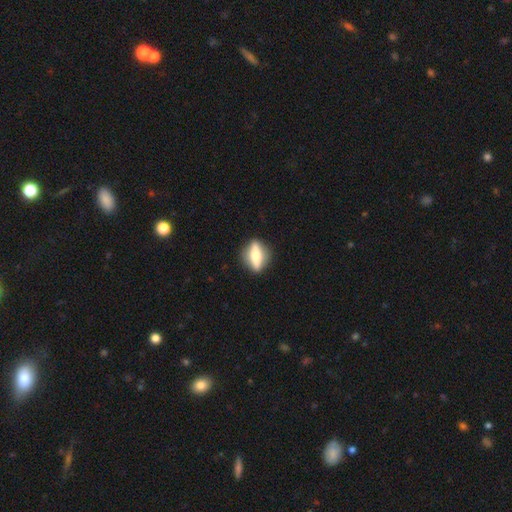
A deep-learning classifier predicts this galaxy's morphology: A featured or disk galaxy (58%) viewed edge-on (78%). Merging: none (86%).